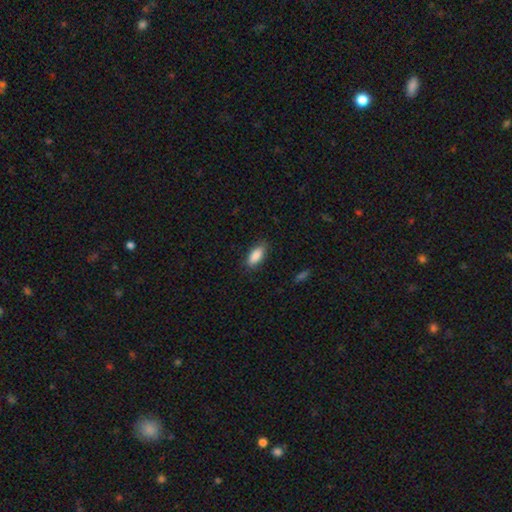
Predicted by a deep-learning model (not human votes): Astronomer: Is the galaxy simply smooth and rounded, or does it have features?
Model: smooth — 88%.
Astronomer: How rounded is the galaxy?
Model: in between — 85%.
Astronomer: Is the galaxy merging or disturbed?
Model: none — 84%.